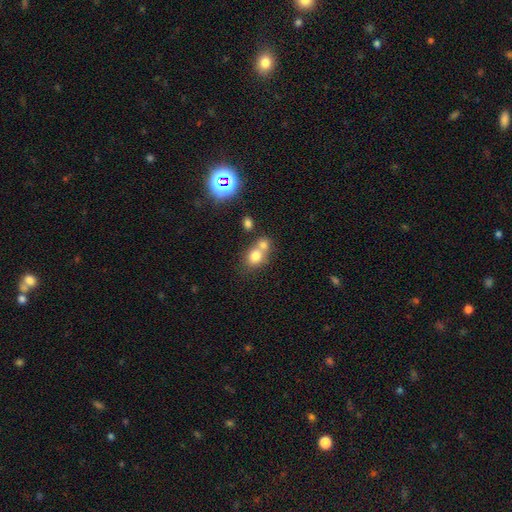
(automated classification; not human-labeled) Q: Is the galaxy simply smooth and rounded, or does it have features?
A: smooth — 77%.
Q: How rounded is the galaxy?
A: round — 61%.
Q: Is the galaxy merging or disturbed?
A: merger — 52%.